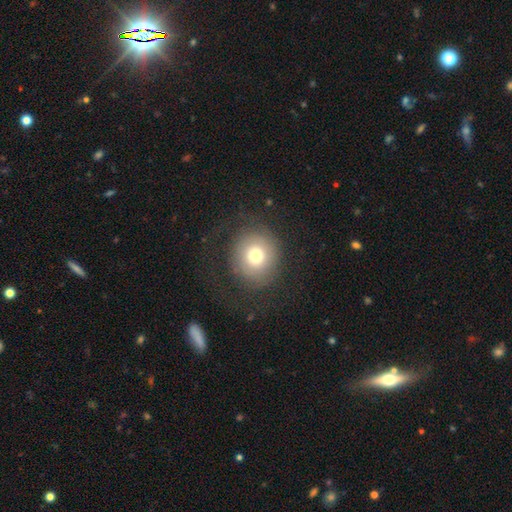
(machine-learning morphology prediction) This appears to be a smooth galaxy with no disk features (72%) that is round (89%). Merging: none (75%).